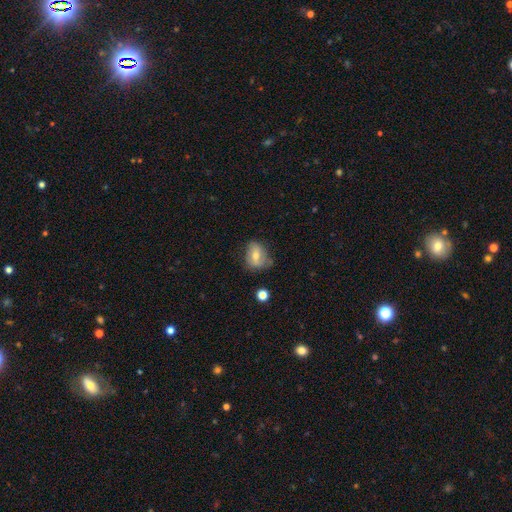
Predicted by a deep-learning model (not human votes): A smooth galaxy with no disk features (53%) that is in between round and cigar-shaped (64%).

Vote fractions:
- Smooth or featured? smooth: 53% / featured or disk: 37% / star or artifact: 10%
- How rounded? in between: 64% / round: 34% / cigar-shaped: 2%
- Merging? none: 58% / minor disturbance: 30% / major disturbance: 9% / merger: 3%